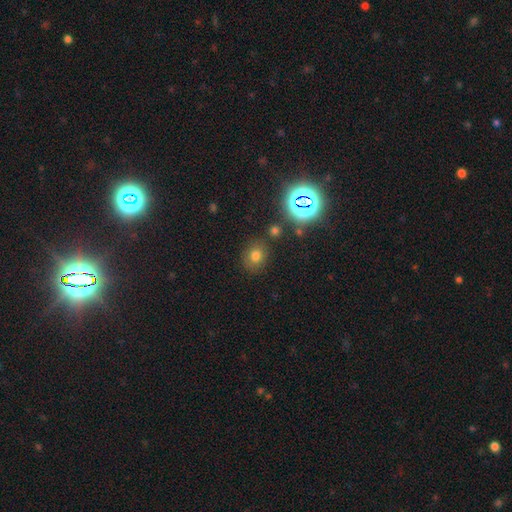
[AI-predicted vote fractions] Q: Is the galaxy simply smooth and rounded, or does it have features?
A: smooth — 69%.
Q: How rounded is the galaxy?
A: round — 66%.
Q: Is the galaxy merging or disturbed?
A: none — 79%.